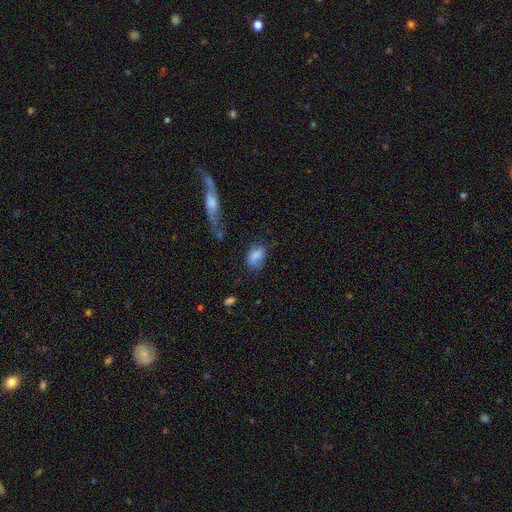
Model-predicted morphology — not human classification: This is likely a smooth galaxy (77%). How rounded: clearly in between (83%). Merging: possibly none (54%).